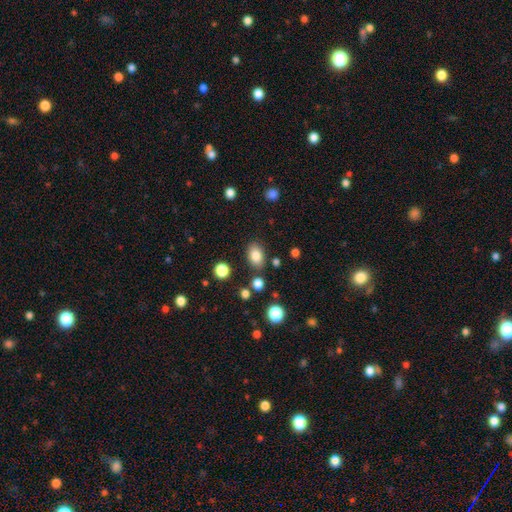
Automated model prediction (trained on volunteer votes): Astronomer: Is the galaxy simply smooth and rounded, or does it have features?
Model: smooth — 83%.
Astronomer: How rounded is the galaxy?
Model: in between — 81%.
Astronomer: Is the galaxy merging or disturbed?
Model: none — 82%.